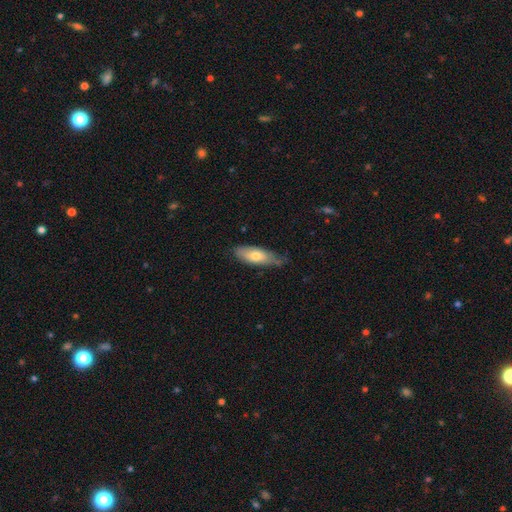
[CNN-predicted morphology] A smooth galaxy with no disk features (63%) that is in between round and cigar-shaped (67%). Merging: none (55%).